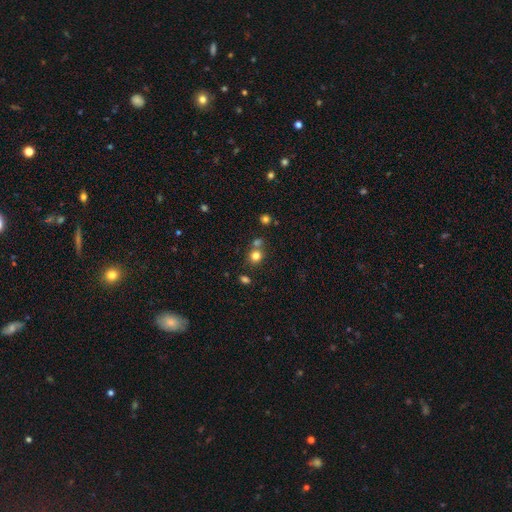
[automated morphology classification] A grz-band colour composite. It shows a smooth galaxy with no disk features (78%) that is round (82%). Merging: none (62%).